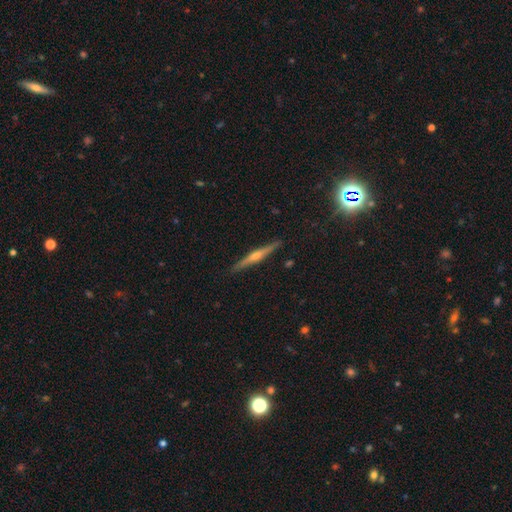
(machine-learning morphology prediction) type=featured or disk (72%); edge-on=yes (97%); edge-on bulge=rounded (86%); merging=none (90%).